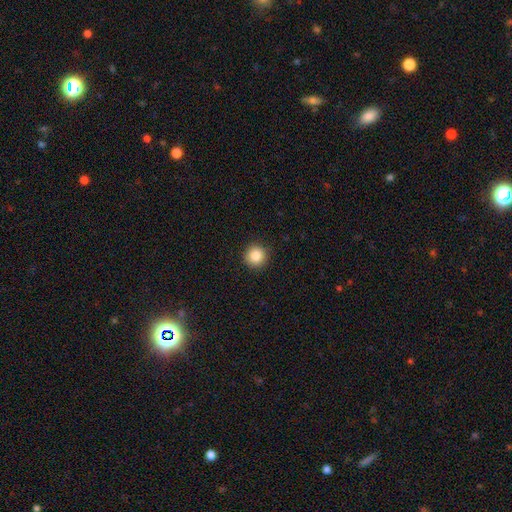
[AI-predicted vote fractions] smooth 86%, star or artifact 10%, featured or disk 4%. Down the decision tree: how rounded — round (95%); merging — none (92%).